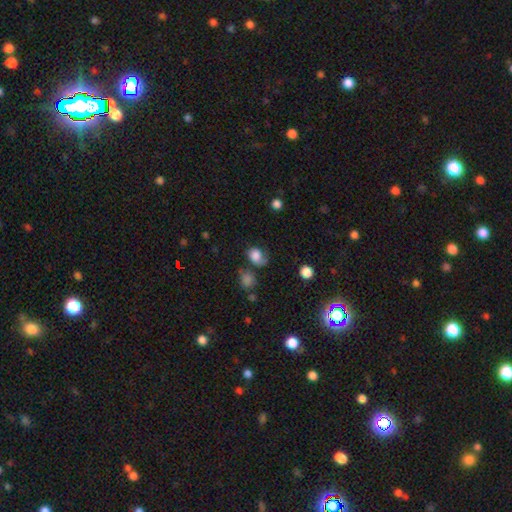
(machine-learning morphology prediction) This appears to be a smooth galaxy with no disk features (75%) that is round (55%). Merging: none (43%).